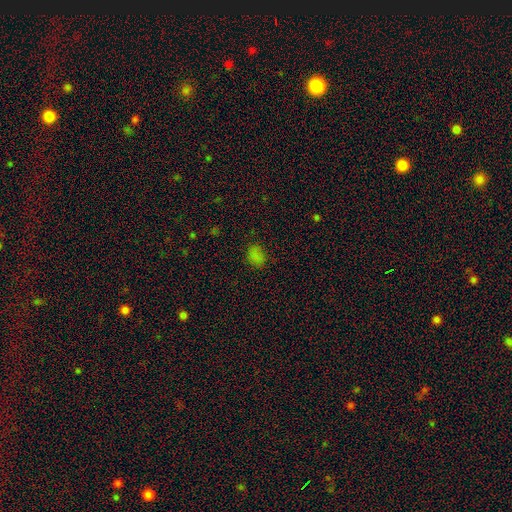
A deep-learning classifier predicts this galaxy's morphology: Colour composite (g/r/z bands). It shows a smooth galaxy with no disk features (76%) that is in between round and cigar-shaped (70%). Merging: none (80%).